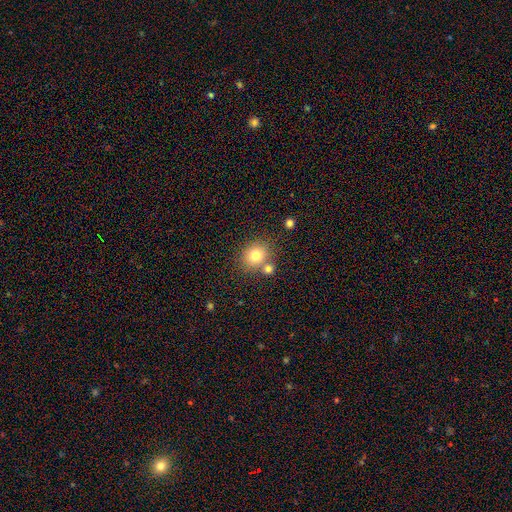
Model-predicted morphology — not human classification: A smooth galaxy with no disk features (77%) that is round (75%). Merging: none (66%).